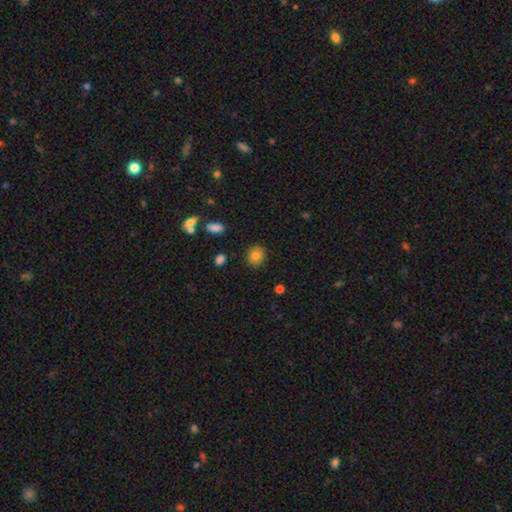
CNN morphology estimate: This appears to be a smooth galaxy with no disk features (82%) that is round (76%). Merging: none (88%).